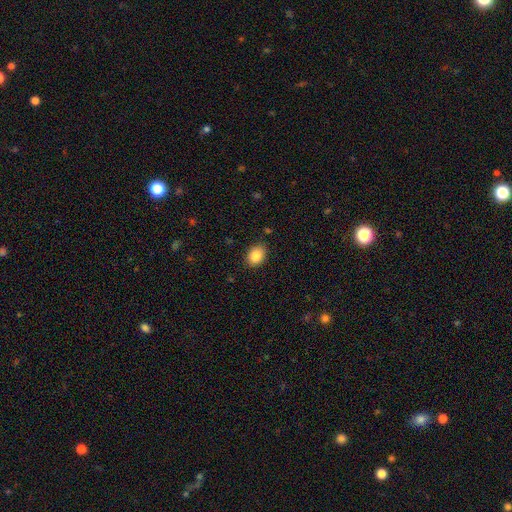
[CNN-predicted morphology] The model was most divided on "how rounded": in between: 67%, round: 32%, cigar-shaped: 1%. More confident: merging — none (87%); smooth or featured — smooth (86%).